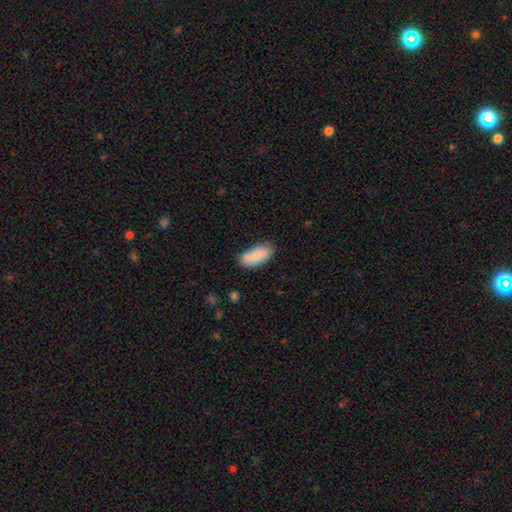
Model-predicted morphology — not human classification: smooth 86%, featured or disk 8%, star or artifact 6%. Down the decision tree: how rounded — in between (89%); merging — none (73%).